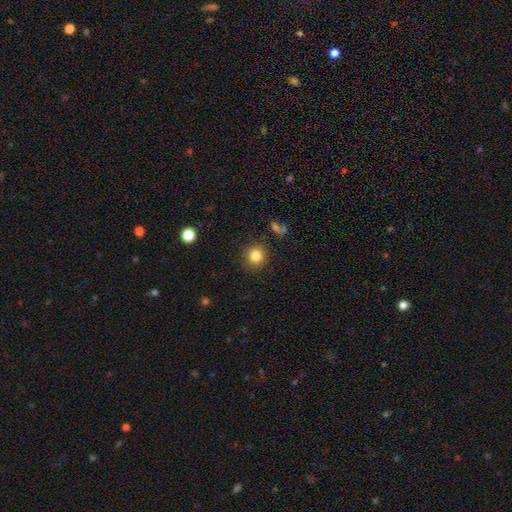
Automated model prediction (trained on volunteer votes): Q: Smooth or featured?
A: smooth (83%); runner-up: star or artifact (11%)
Q: How rounded?
A: round (89%); runner-up: in between (10%)
Q: Merging?
A: none (88%); runner-up: minor disturbance (8%)